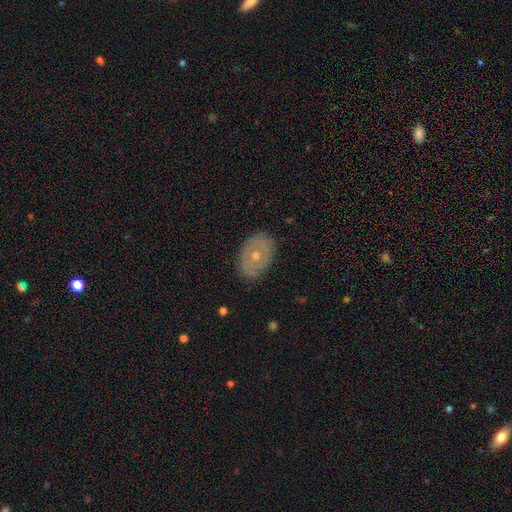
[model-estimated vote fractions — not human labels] featured or disk 53%, smooth 39%, star or artifact 8%. Down the decision tree: edge-on disk — no (90%); merging — none (84%).